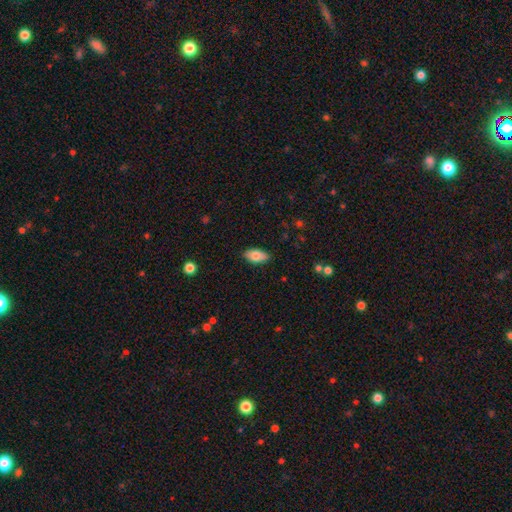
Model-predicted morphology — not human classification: smooth 77%, featured or disk 16%, star or artifact 7%. Down the decision tree: how rounded — in between (93%); merging — none (86%).